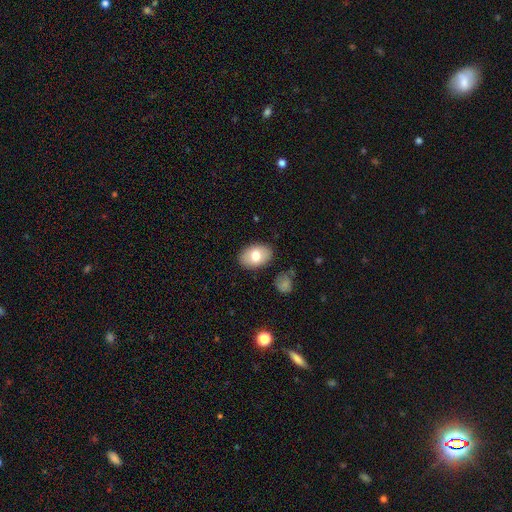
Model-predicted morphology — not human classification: This is likely a smooth galaxy (75%). How rounded: clearly in between (85%). Merging: clearly none (85%).